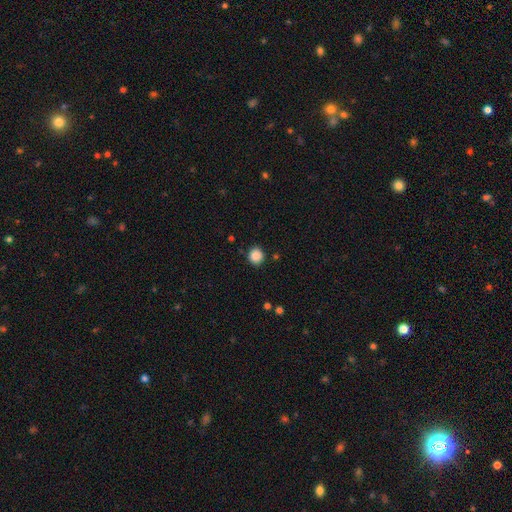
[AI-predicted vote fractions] smooth 87%, star or artifact 10%, featured or disk 3%. Down the decision tree: how rounded — round (88%); merging — none (89%).